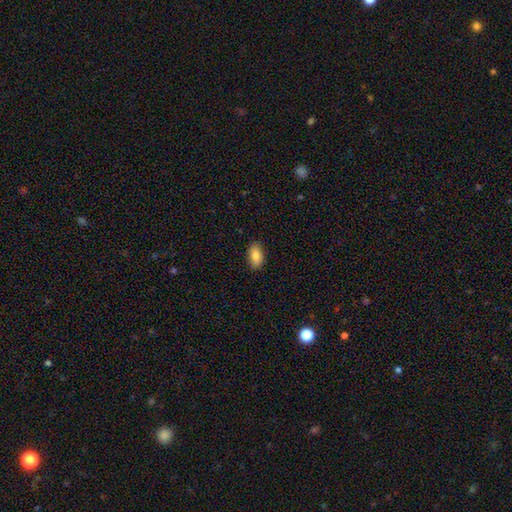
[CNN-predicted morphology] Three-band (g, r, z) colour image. It shows a smooth galaxy with no disk features (85%) that is in between round and cigar-shaped (92%). Merging: none (87%).